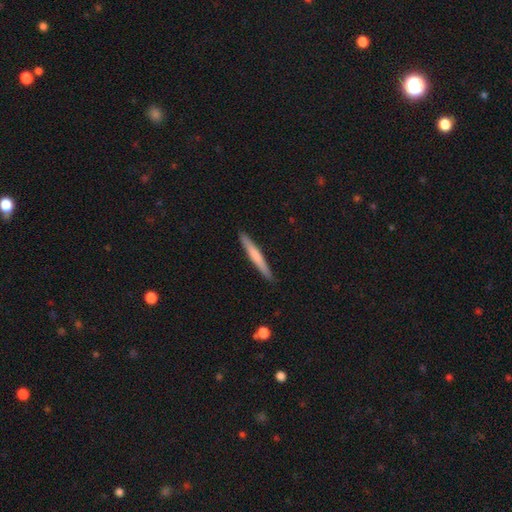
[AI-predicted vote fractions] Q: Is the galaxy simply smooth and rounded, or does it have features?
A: smooth — 60%.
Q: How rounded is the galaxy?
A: cigar-shaped — 96%.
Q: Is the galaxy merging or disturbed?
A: none — 91%.